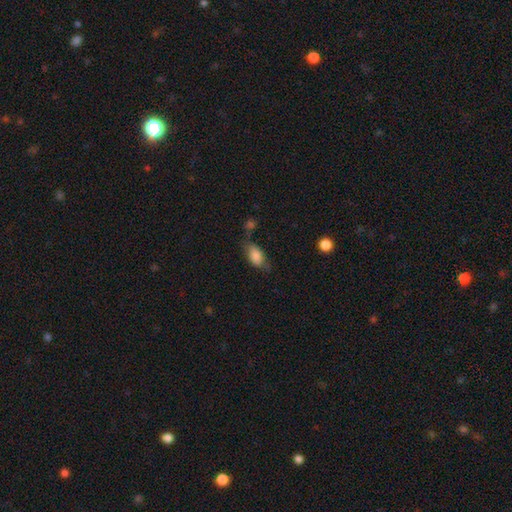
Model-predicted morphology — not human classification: smooth_or_featured: smooth (p=0.79) [alt: featured or disk p=0.13]
how_rounded: in between (p=0.88) [alt: cigar-shaped p=0.06]
merging: none (p=0.55) [alt: minor disturbance p=0.28]